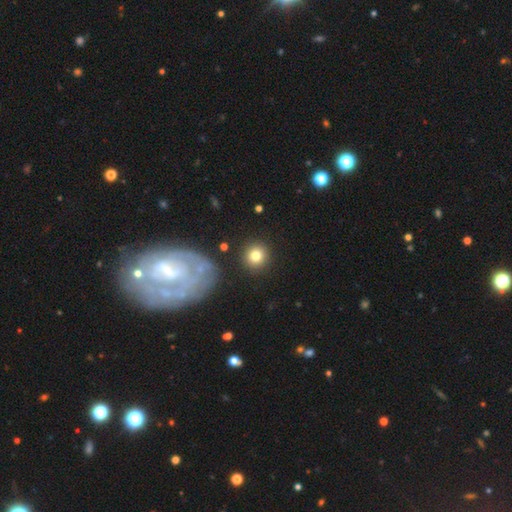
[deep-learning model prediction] Smooth or featured? Predicted: smooth (p=0.80). How rounded? Predicted: round (p=0.94). Merging? Predicted: none (p=0.88).